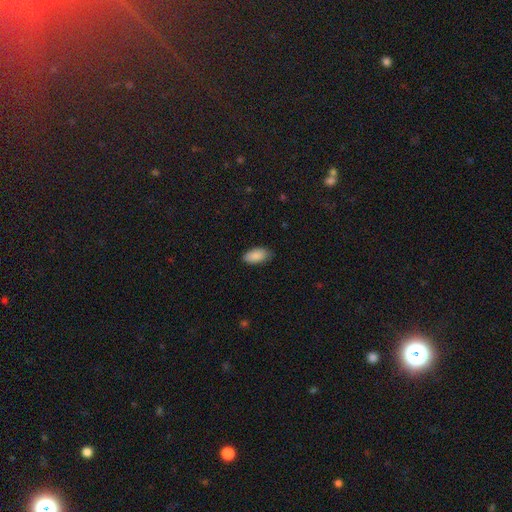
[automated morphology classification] A smooth galaxy with no disk features (89%) that is in between round and cigar-shaped (94%). Merging: none (81%).